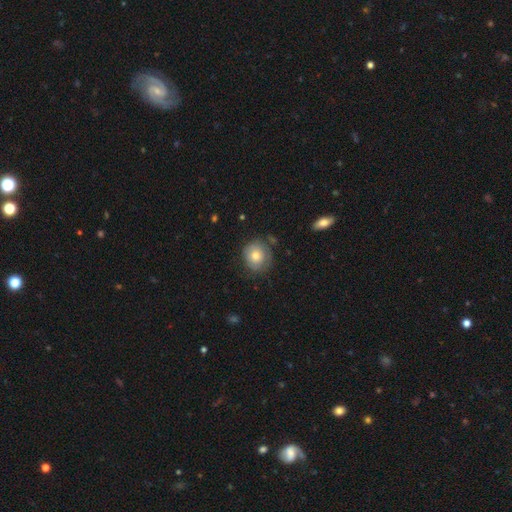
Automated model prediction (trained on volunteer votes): smooth-or-featured: smooth: 72% | featured or disk: 20% | star or artifact: 8%
  how-rounded: round: 84% | in between: 16% | cigar-shaped: 1%
  merging: none: 71% | minor disturbance: 20% | major disturbance: 6% | merger: 3%